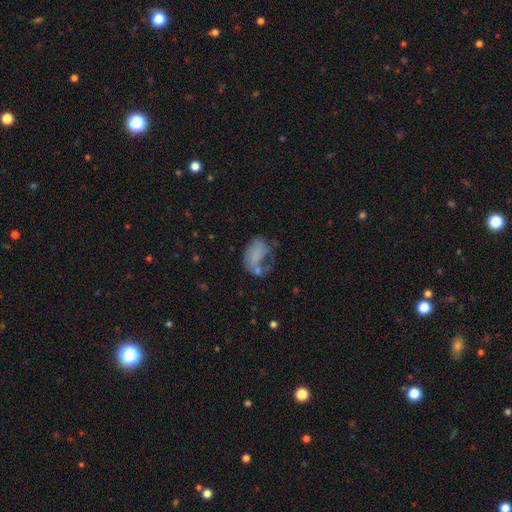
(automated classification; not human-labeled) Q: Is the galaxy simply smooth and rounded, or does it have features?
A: smooth — 59%.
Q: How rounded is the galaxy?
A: in between — 85%.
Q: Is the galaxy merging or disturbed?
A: major disturbance — 36%.